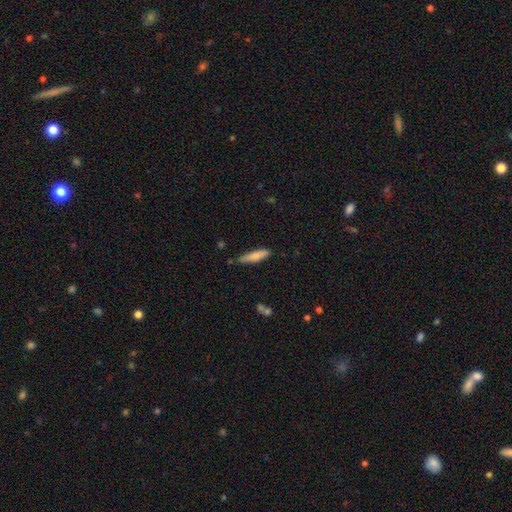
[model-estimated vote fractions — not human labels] Q: Smooth or featured?
A: smooth (77%); runner-up: featured or disk (17%)
Q: How rounded?
A: cigar-shaped (80%); runner-up: in between (19%)
Q: Merging?
A: none (77%); runner-up: minor disturbance (17%)